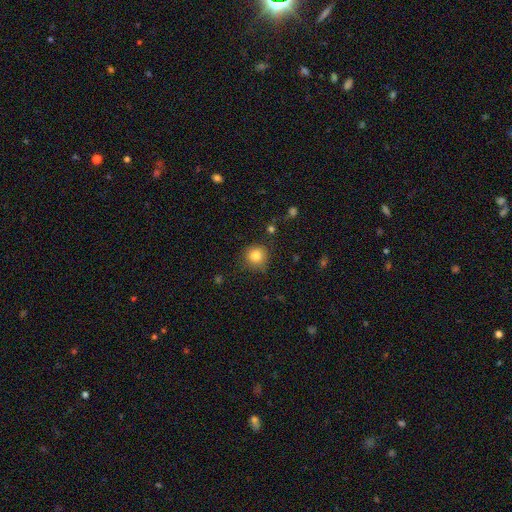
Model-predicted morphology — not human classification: The model was most divided on "merging": none: 80%, minor disturbance: 14%, major disturbance: 3%, merger: 2%. More confident: how rounded — round (91%); smooth or featured — smooth (82%).